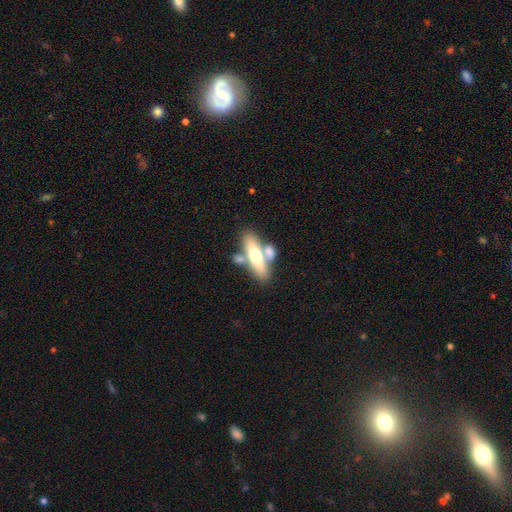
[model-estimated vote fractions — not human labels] Smooth or featured: smooth — 53% (featured or disk — 41%)
How rounded: in between — 49% (cigar-shaped — 47%)
Merging: none — 52% (merger — 31%)